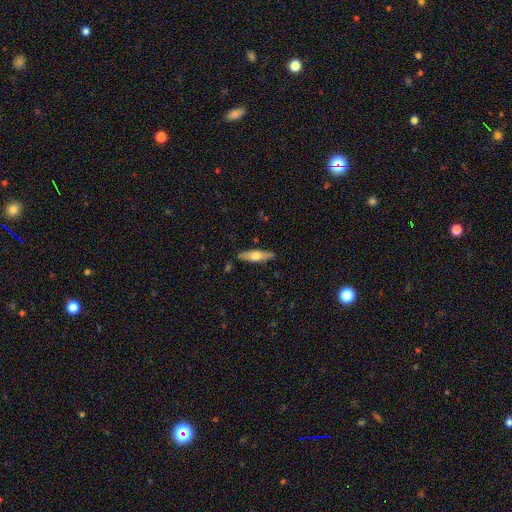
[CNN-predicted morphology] Smooth or featured: smooth — 51% (featured or disk — 43%)
How rounded: cigar-shaped — 62% (in between — 36%)
Merging: none — 85% (minor disturbance — 11%)